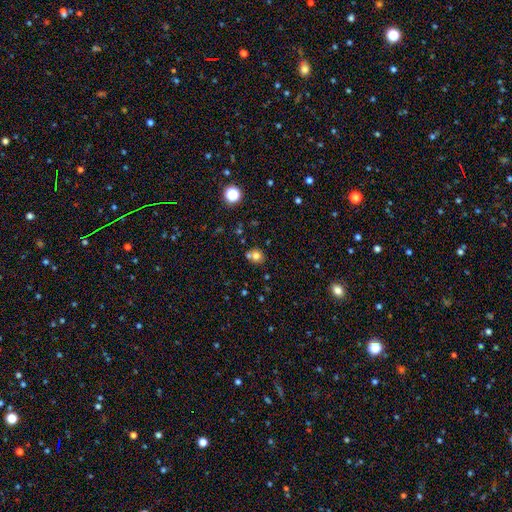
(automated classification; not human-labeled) Morphology: type=smooth (74%); roundness=round (80%); merging=none (59%).